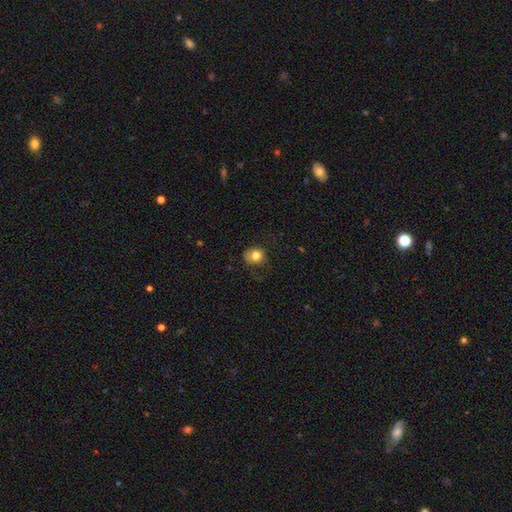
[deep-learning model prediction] This appears to be a smooth galaxy with no disk features (78%) that is round (71%). Merging: none (64%).